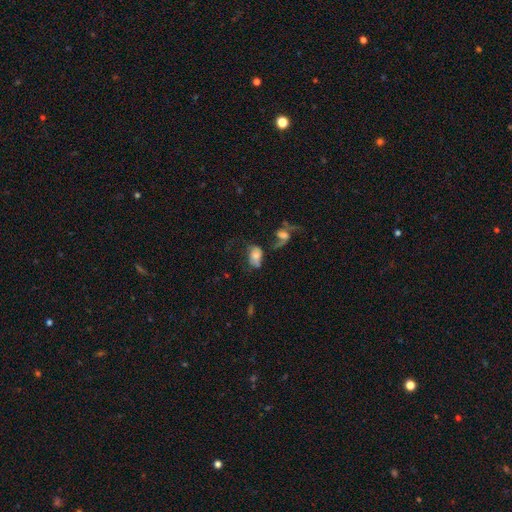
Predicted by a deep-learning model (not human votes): Morphology: type=smooth (52%); roundness=in between (85%); merging=none (30%).